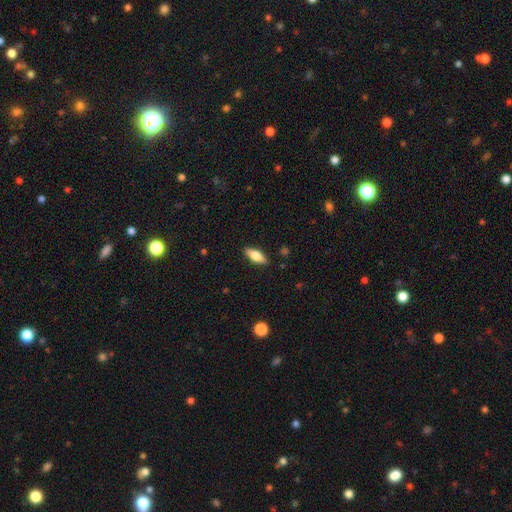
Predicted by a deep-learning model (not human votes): The model was most divided on "how rounded": in between: 71%, cigar-shaped: 27%, round: 2%. More confident: merging — none (87%); smooth or featured — smooth (69%).